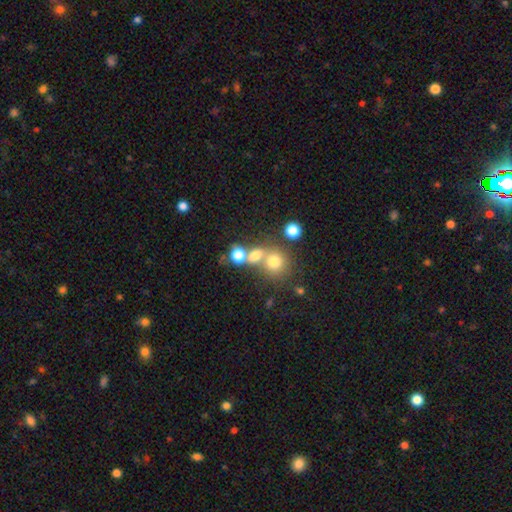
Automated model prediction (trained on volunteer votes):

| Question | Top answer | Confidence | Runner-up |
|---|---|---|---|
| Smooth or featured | smooth | 65% | star or artifact (20%) |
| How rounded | round | 77% | in between (21%) |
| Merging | merger | 43% | tied: none (43%) |